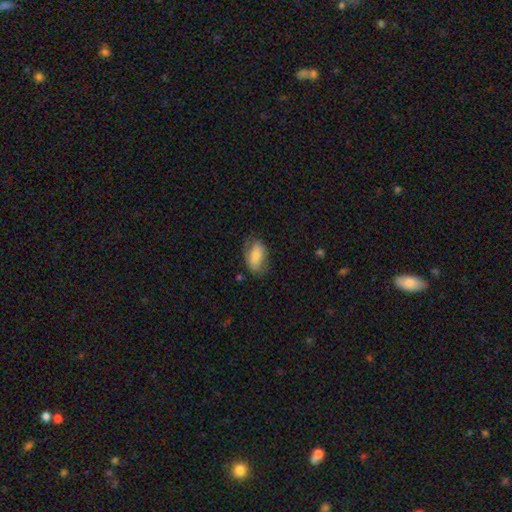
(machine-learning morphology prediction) Smooth or featured: smooth — 69% (featured or disk — 24%)
How rounded: in between — 91% (round — 6%)
Merging: none — 60% (minor disturbance — 26%)